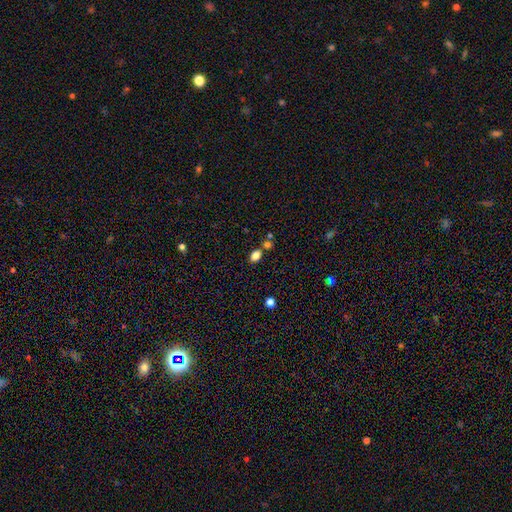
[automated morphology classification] This is clearly a smooth galaxy (83%). How rounded: clearly in between (83%). Merging: likely none (66%).